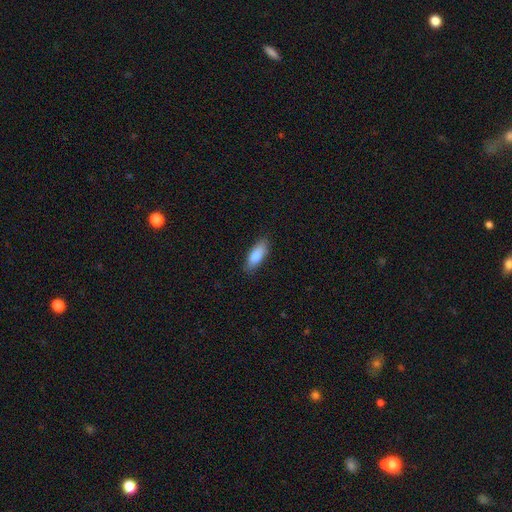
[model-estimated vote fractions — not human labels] Smooth or featured?
  - smooth: 85% *
  - featured or disk: 10%
  - star or artifact: 6%
How rounded?
  - in between: 70% *
  - cigar-shaped: 28%
  - round: 2%
Merging?
  - none: 84% *
  - minor disturbance: 12%
  - major disturbance: 2%
  - merger: 1%